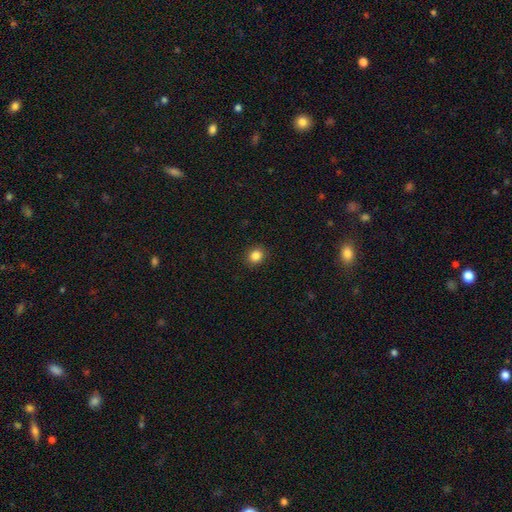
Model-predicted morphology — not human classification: smooth-or-featured: smooth: 85% | star or artifact: 11% | featured or disk: 4%
  how-rounded: round: 77% | in between: 22% | cigar-shaped: 1%
  merging: none: 91% | minor disturbance: 6% | major disturbance: 2% | merger: 1%